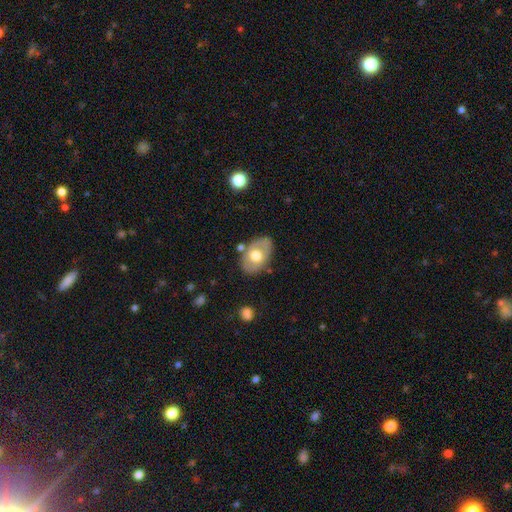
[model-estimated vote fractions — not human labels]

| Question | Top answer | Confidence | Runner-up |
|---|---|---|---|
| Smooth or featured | smooth | 56% | featured or disk (38%) |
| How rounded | in between | 85% | round (13%) |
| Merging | none | 76% | minor disturbance (15%) |